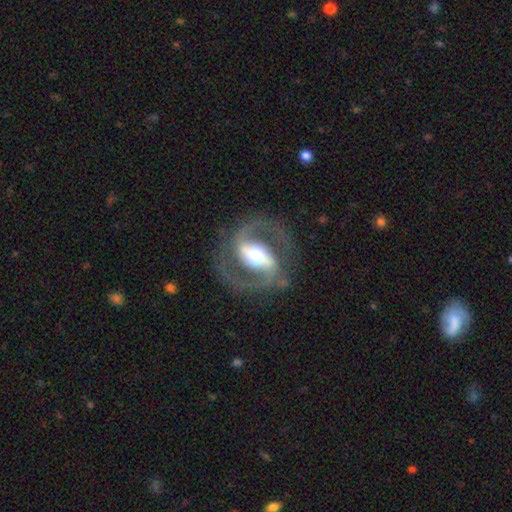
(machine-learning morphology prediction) Smooth or featured? Predicted: featured or disk (p=0.90). Edge-on disk? Predicted: no (p=0.97). Bar? Predicted: strong (p=0.58). Spiral arms? Predicted: yes (p=0.95). Spiral winding? Predicted: medium (p=0.62). Spiral arm count? Predicted: 2 (p=0.93). Bulge size? Predicted: moderate (p=0.66). Merging? Predicted: none (p=0.81).